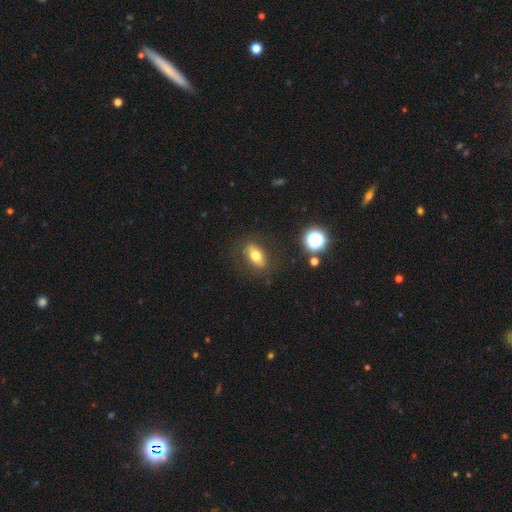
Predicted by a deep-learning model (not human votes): Q: Smooth or featured?
A: smooth (69%); runner-up: featured or disk (21%)
Q: How rounded?
A: in between (80%); runner-up: cigar-shaped (11%)
Q: Merging?
A: none (84%); runner-up: minor disturbance (11%)